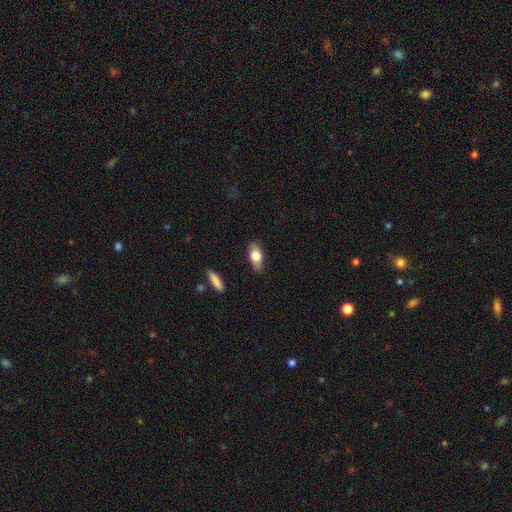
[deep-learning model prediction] This is likely a smooth galaxy (73%). How rounded: clearly in between (84%). Merging: clearly none (82%).